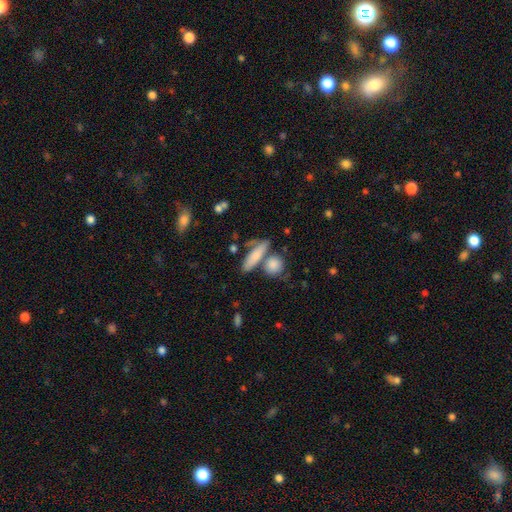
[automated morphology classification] smooth_or_featured: smooth (p=0.76) [alt: featured or disk p=0.17]
how_rounded: cigar-shaped (p=0.53) [alt: in between p=0.39]
merging: none (p=0.57) [alt: merger p=0.22]